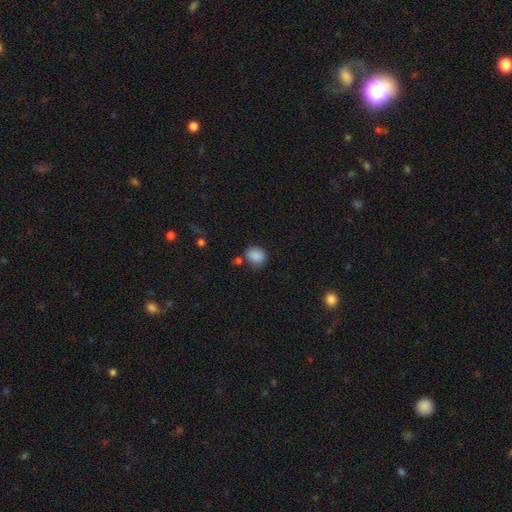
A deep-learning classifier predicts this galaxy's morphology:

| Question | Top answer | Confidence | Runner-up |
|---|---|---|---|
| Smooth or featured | smooth | 87% | star or artifact (9%) |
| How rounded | round | 65% | in between (34%) |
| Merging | none | 70% | minor disturbance (17%) |